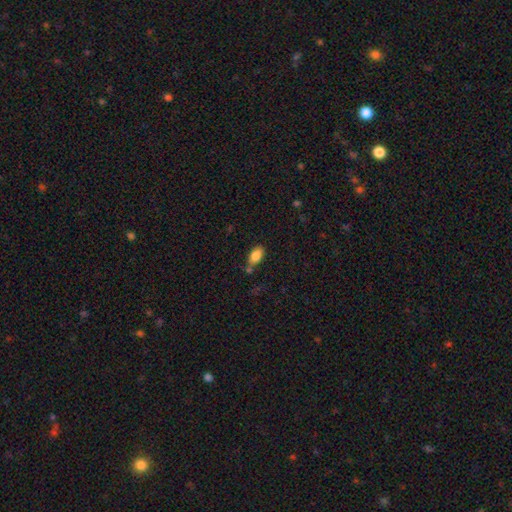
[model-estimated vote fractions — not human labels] smooth 85%, star or artifact 8%, featured or disk 7%. Down the decision tree: how rounded — in between (92%); merging — none (63%).